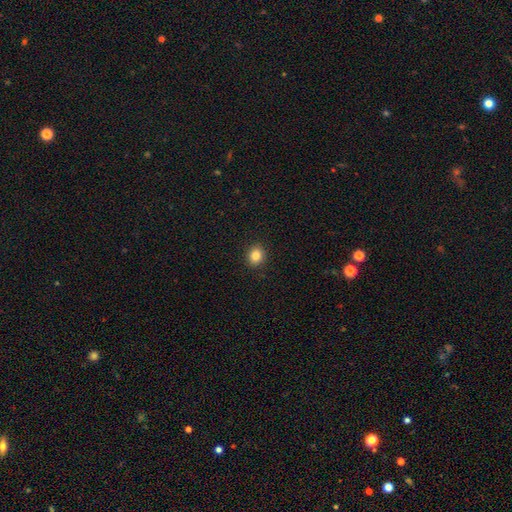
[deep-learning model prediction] smooth 84%, star or artifact 11%, featured or disk 6%. Down the decision tree: how rounded — round (77%); merging — none (92%).